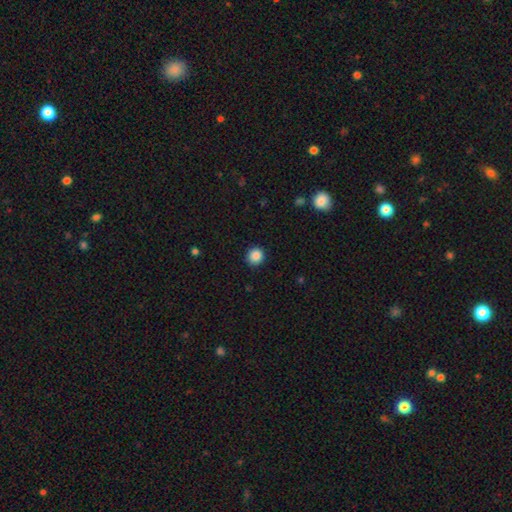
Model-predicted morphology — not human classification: type=smooth (87%); roundness=round (90%); merging=none (90%).